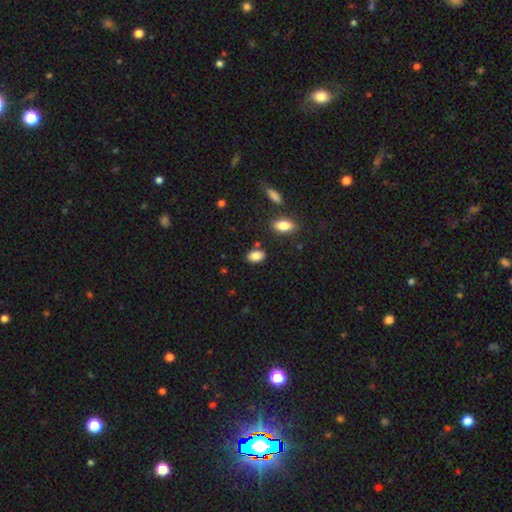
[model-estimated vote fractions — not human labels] A smooth galaxy with no disk features (87%) that is in between round and cigar-shaped (87%).

Vote fractions:
- Smooth or featured? smooth: 87% / star or artifact: 8% / featured or disk: 5%
- How rounded? in between: 87% / round: 11% / cigar-shaped: 2%
- Merging? none: 82% / minor disturbance: 11% / merger: 4% / major disturbance: 3%